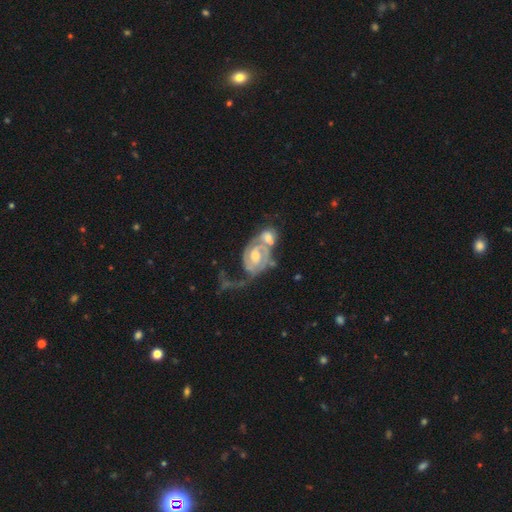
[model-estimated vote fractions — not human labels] featured or disk 82%, smooth 11%, star or artifact 7%. Down the decision tree: edge-on disk — no (96%); bar — no (51%); spiral arms — yes (88%); spiral arm count — 2 (63%); spiral winding — tight (47%); bulge size — moderate (60%); merging — merger (55%).